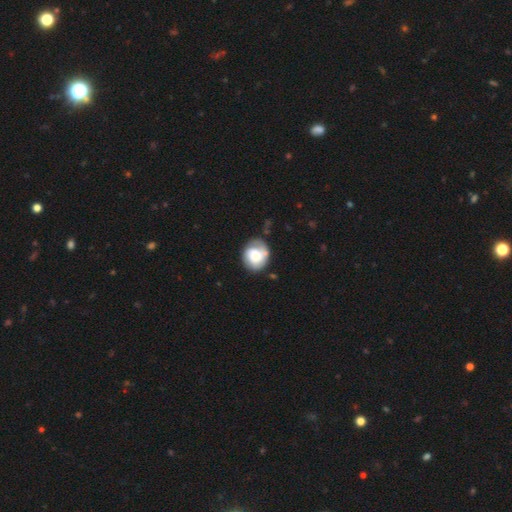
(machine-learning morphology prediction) smooth 55%, featured or disk 37%, star or artifact 8%. Down the decision tree: how rounded — round (69%); merging — none (55%).